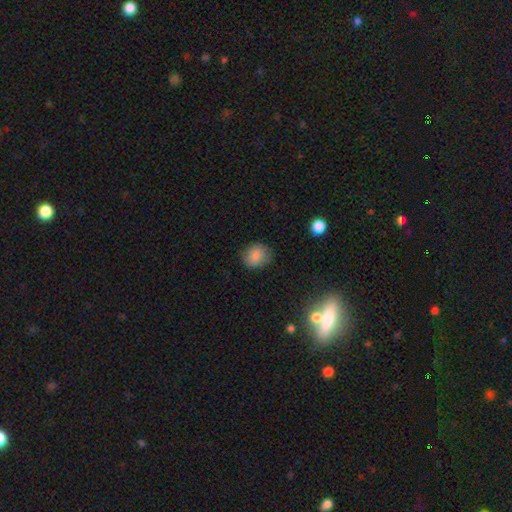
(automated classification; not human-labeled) Smooth or featured: smooth — 85% (star or artifact — 9%)
How rounded: round — 66% (in between — 33%)
Merging: none — 80% (minor disturbance — 15%)